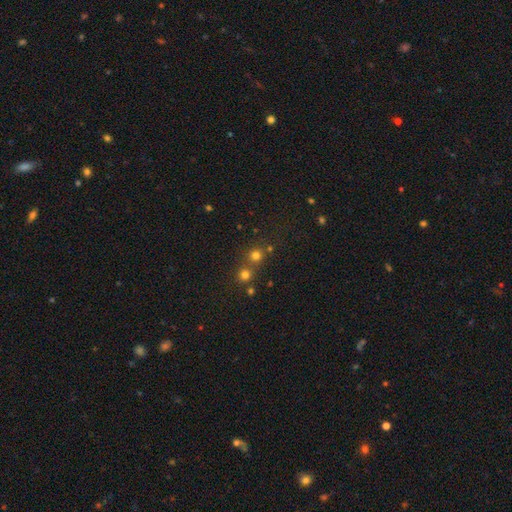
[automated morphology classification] A smooth galaxy with no disk features (70%) that is round (91%). Merging: none (66%).